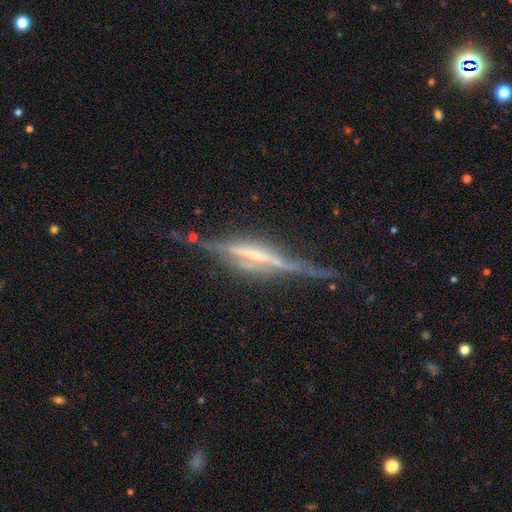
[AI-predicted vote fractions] Smooth or featured? featured or disk (85%)
Edge-on disk? yes (97%)
Edge-on bulge? rounded (47%)
Merging? none (76%)